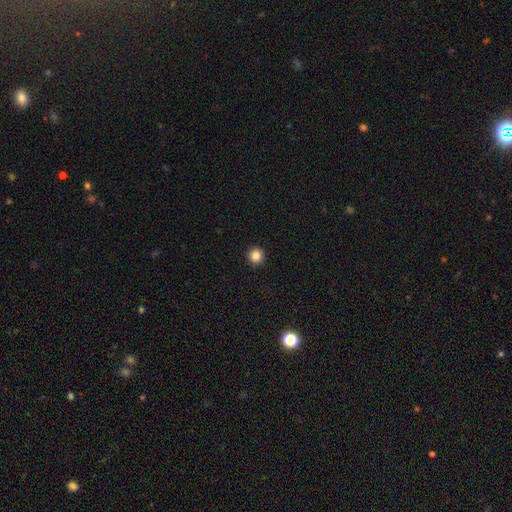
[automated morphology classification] Smooth or featured: smooth — 86% (star or artifact — 10%)
How rounded: round — 96% (in between — 3%)
Merging: none — 94% (minor disturbance — 4%)